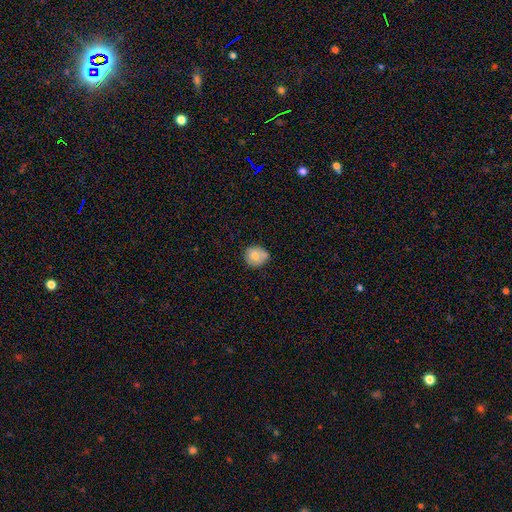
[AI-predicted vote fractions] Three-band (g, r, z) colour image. It shows a smooth galaxy with no disk features (74%) that is round (77%). Merging: none (64%).